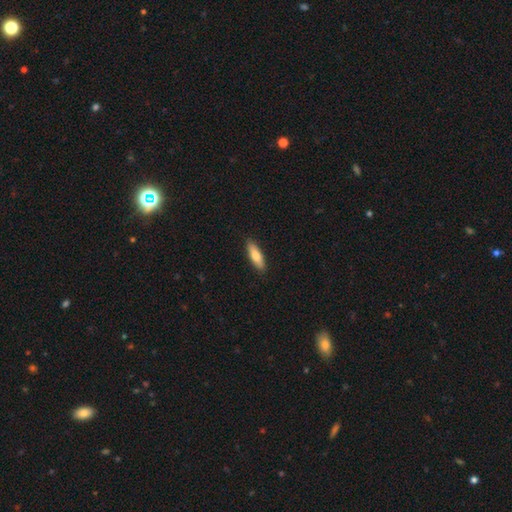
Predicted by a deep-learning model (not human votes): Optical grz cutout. It shows a smooth galaxy with no disk features (77%) that is in between round and cigar-shaped (53%). Merging: none (89%).